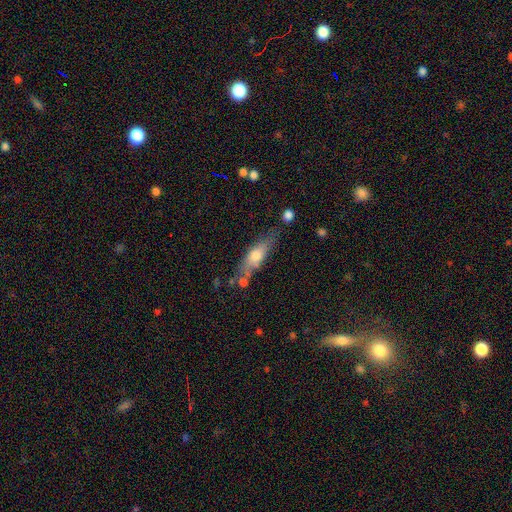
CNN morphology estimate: Smooth or featured?
  - smooth: 59% *
  - featured or disk: 34%
  - star or artifact: 7%
How rounded?
  - cigar-shaped: 52% *
  - in between: 45%
  - round: 3%
Merging?
  - none: 61% *
  - minor disturbance: 23%
  - merger: 10%
  - major disturbance: 7%